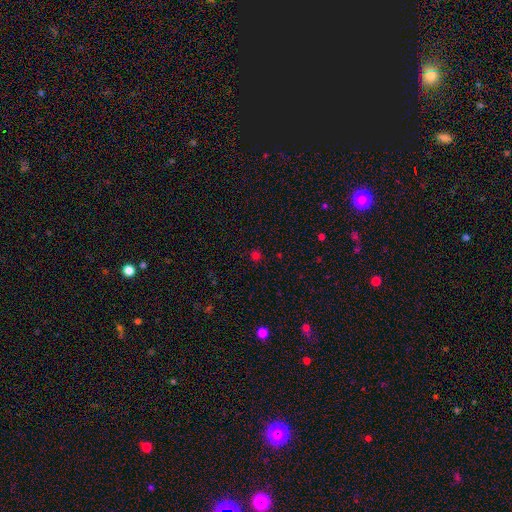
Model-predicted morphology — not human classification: The model was most divided on "smooth or featured": smooth: 68%, star or artifact: 27%, featured or disk: 5%. More confident: how rounded — round (91%); merging — none (89%).